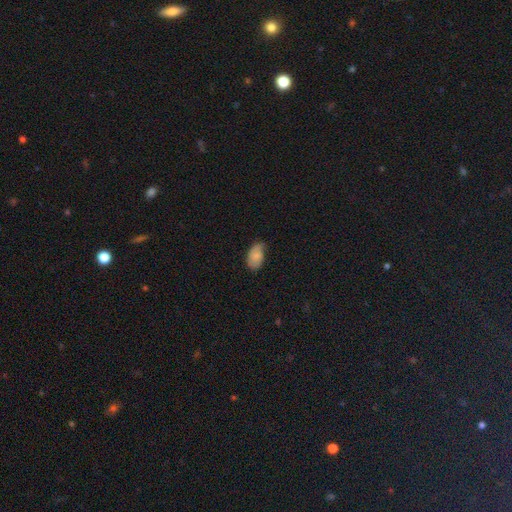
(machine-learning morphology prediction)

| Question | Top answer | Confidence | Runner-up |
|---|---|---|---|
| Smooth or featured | smooth | 78% | featured or disk (14%) |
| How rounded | in between | 93% | round (6%) |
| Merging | none | 55% | minor disturbance (35%) |